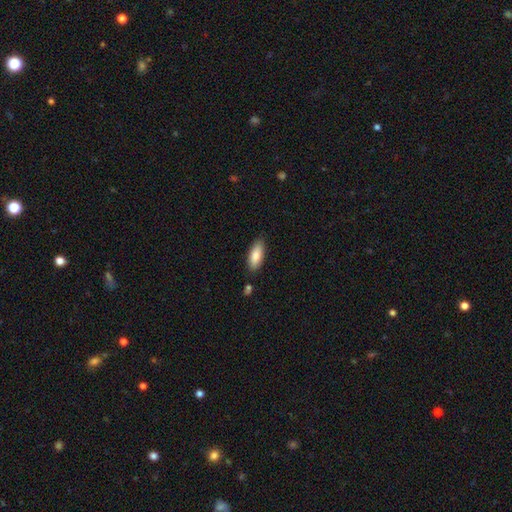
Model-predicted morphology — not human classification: smooth-or-featured: smooth: 84% | featured or disk: 10% | star or artifact: 6%
  how-rounded: in between: 78% | cigar-shaped: 20% | round: 2%
  merging: none: 84% | minor disturbance: 11% | merger: 3% | major disturbance: 2%